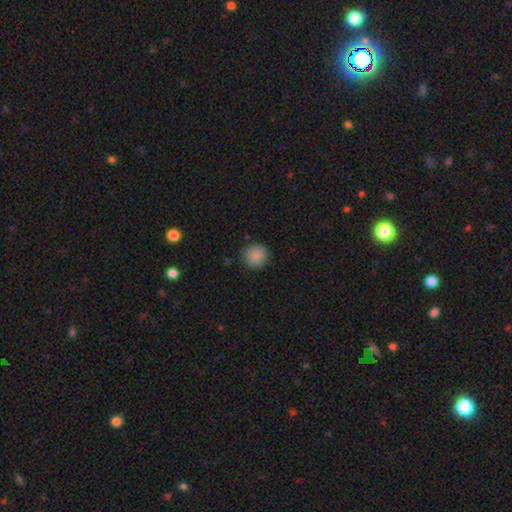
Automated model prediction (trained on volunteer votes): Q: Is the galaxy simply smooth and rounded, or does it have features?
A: smooth — 87%.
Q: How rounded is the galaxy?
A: round — 94%.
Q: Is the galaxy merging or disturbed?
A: none — 88%.